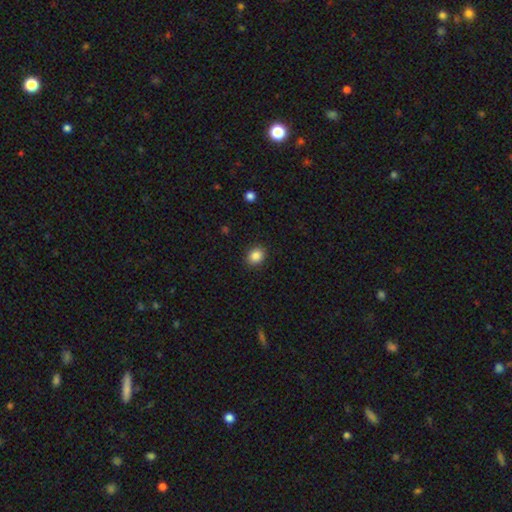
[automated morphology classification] A smooth galaxy with no disk features (87%) that is round (57%). Merging: none (90%).